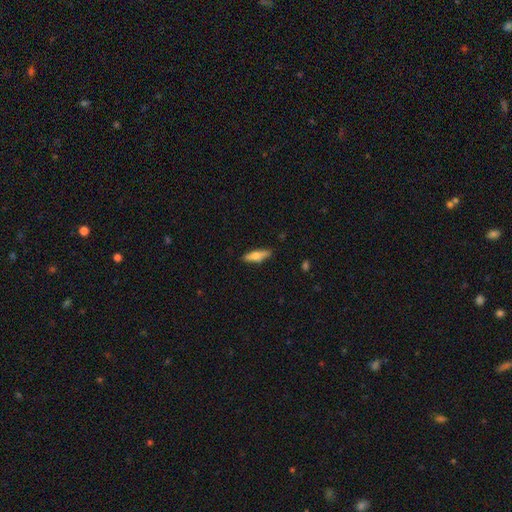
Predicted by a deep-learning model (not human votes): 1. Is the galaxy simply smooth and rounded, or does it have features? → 62% smooth, 32% featured or disk, 6% star or artifact.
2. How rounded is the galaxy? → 64% cigar-shaped, 33% in between, 2% round.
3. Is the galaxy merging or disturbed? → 83% none, 13% minor disturbance, 2% major disturbance, 1% merger.